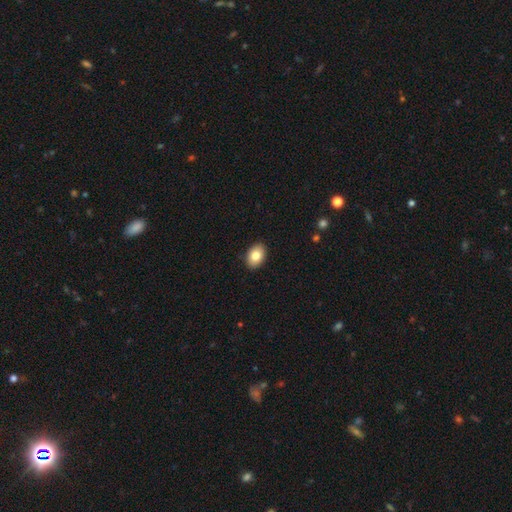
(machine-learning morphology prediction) smooth_or_featured: smooth (p=0.83) [alt: featured or disk p=0.10]
how_rounded: in between (p=0.86) [alt: round p=0.13]
merging: none (p=0.90) [alt: minor disturbance p=0.07]